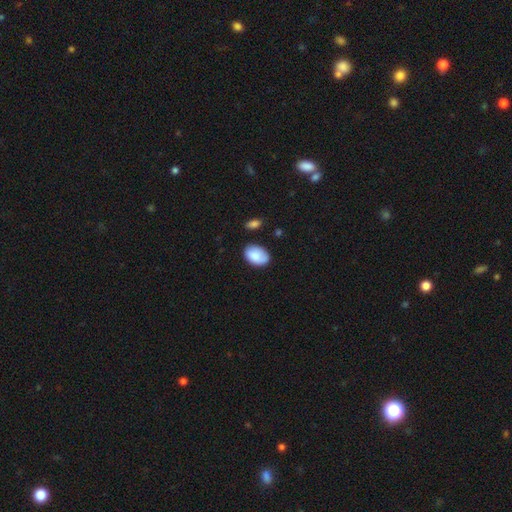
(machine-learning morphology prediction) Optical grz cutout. It shows a smooth galaxy with no disk features (84%) that is in between round and cigar-shaped (87%). Merging: none (69%).